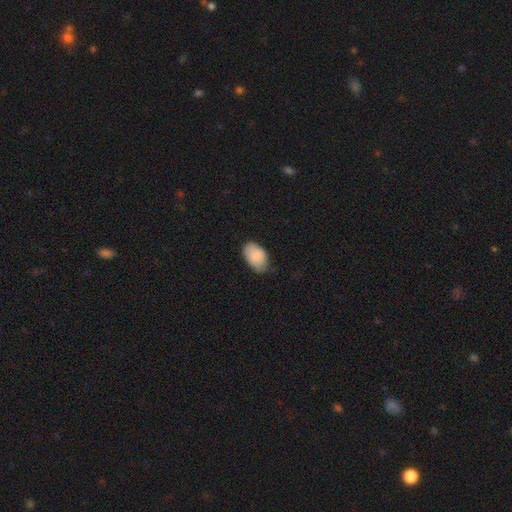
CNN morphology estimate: Overall: smooth (85%). How rounded: in between (93%). Merging: none (67%; minor disturbance 28%).